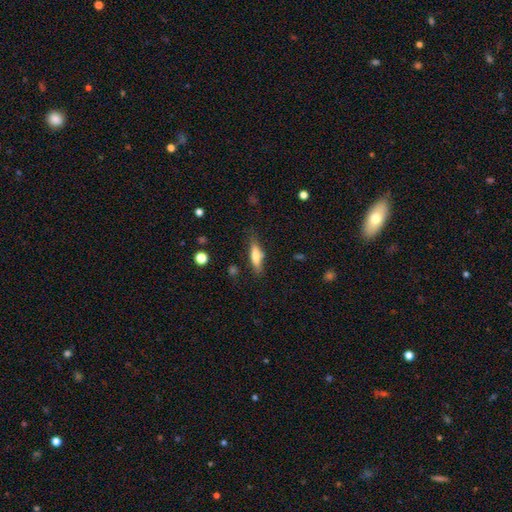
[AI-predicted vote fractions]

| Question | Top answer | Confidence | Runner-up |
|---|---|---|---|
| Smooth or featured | smooth | 61% | featured or disk (32%) |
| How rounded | cigar-shaped | 62% | in between (35%) |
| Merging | none | 79% | minor disturbance (15%) |